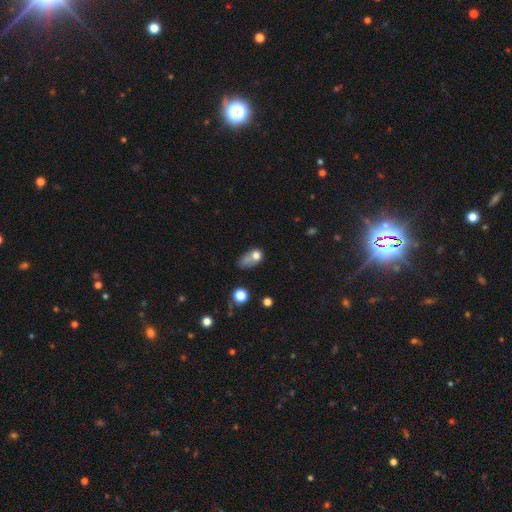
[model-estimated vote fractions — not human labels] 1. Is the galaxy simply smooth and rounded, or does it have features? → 68% smooth, 17% featured or disk, 15% star or artifact.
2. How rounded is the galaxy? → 61% in between, 35% round, 4% cigar-shaped.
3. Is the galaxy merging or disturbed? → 32% major disturbance, 24% none, 23% merger, 22% minor disturbance.